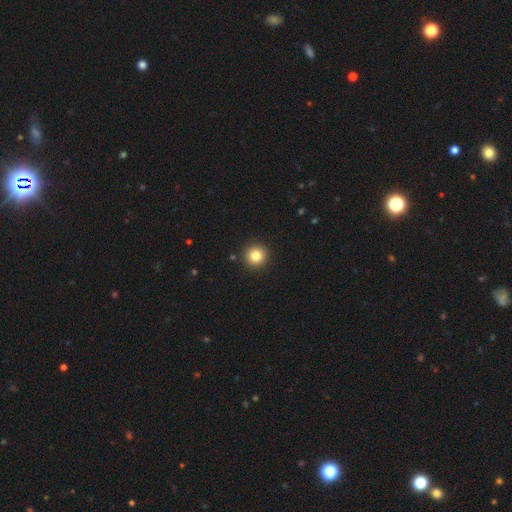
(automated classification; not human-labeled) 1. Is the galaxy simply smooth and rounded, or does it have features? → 83% smooth, 11% star or artifact, 7% featured or disk.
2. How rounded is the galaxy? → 95% round, 4% in between, 1% cigar-shaped.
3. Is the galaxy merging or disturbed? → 92% none, 5% minor disturbance, 2% major disturbance, 1% merger.